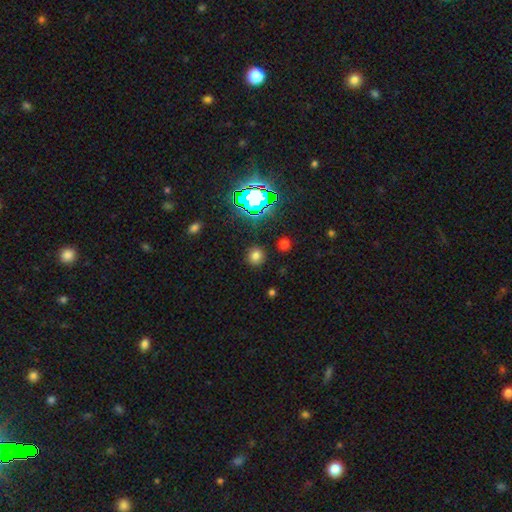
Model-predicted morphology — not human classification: Smooth or featured?
  - smooth: 70% *
  - star or artifact: 23%
  - featured or disk: 7%
How rounded?
  - round: 88% *
  - in between: 10%
  - cigar-shaped: 1%
Merging?
  - none: 88% *
  - minor disturbance: 7%
  - major disturbance: 3%
  - merger: 2%